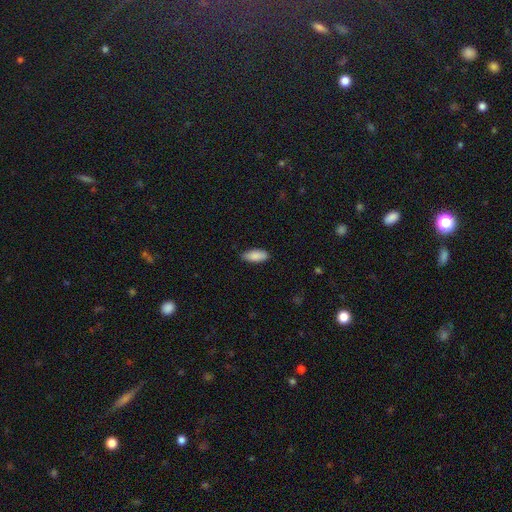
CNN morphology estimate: Smooth or featured? Predicted: smooth (p=0.89). How rounded? Predicted: in between (p=0.85). Merging? Predicted: none (p=0.85).